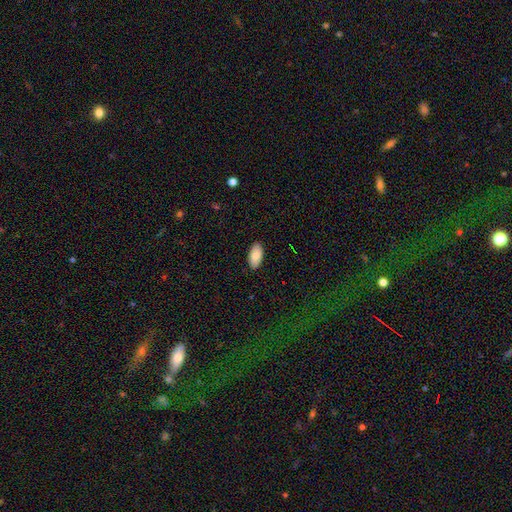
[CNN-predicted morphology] smooth_or_featured: smooth (p=0.86) [alt: featured or disk p=0.08]
how_rounded: in between (p=0.94) [alt: cigar-shaped p=0.04]
merging: none (p=0.89) [alt: minor disturbance p=0.08]